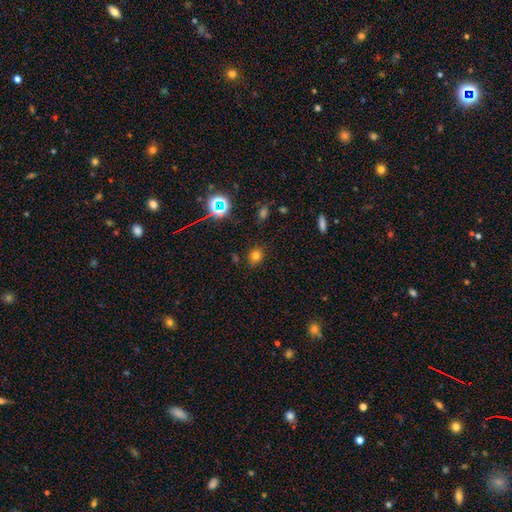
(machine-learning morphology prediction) A smooth galaxy with no disk features (72%) that is round (66%).

Vote fractions:
- Smooth or featured? smooth: 72% / star or artifact: 20% / featured or disk: 8%
- How rounded? round: 66% / in between: 33% / cigar-shaped: 1%
- Merging? none: 83% / minor disturbance: 12% / major disturbance: 3% / merger: 2%